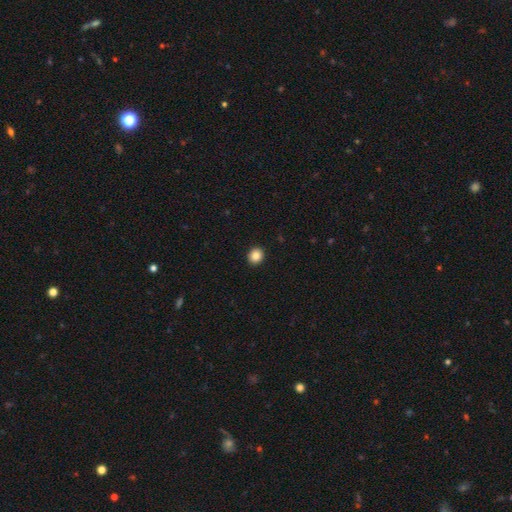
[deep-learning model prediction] smooth 86%, star or artifact 10%, featured or disk 5%. Down the decision tree: how rounded — round (74%); merging — none (93%).